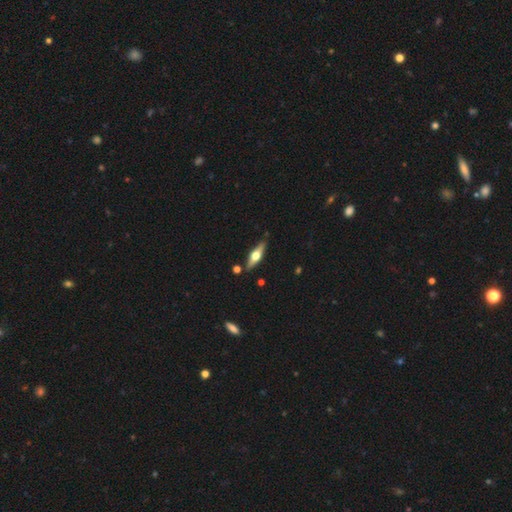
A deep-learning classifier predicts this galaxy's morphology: This is likely a featured or disk galaxy (62%). It is clearly viewed edge-on (93%). Edge-on bulge: clearly rounded (95%). Merging: clearly none (85%).